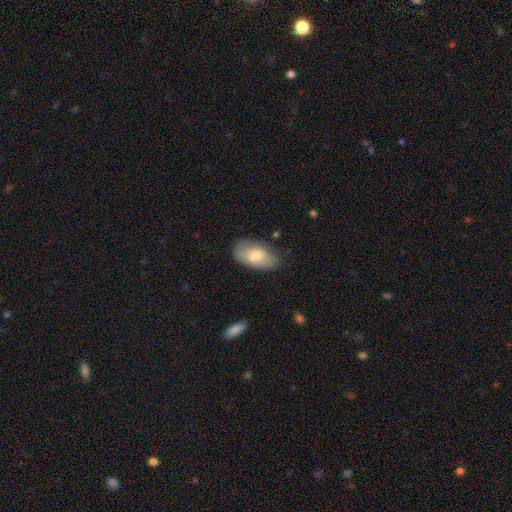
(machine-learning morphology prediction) Smooth or featured? smooth (72%)
How rounded? in between (94%)
Merging? none (72%)